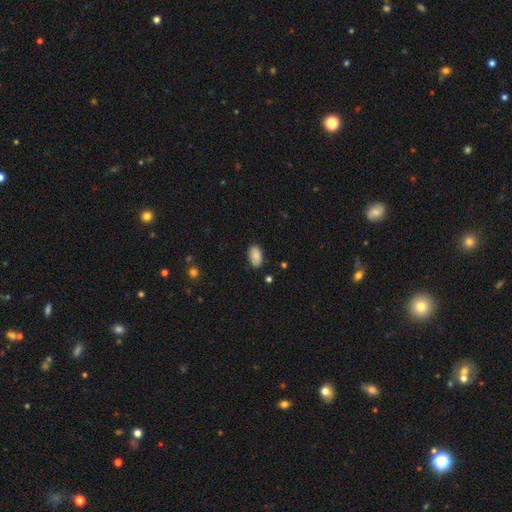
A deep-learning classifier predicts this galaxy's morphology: A smooth galaxy with no disk features (88%) that is in between round and cigar-shaped (94%). Merging: none (82%).